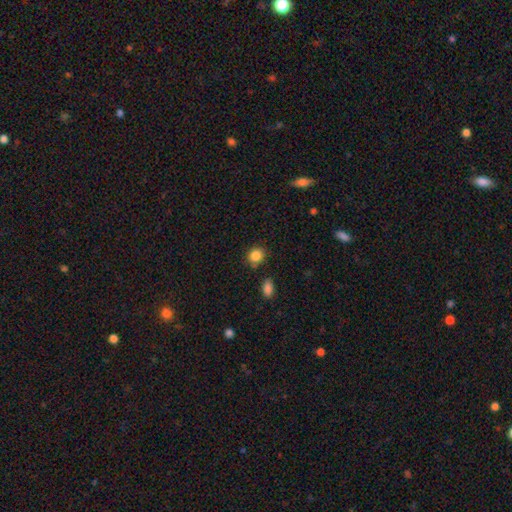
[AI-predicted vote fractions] Morphology: type=smooth (86%); roundness=round (79%); merging=none (79%).